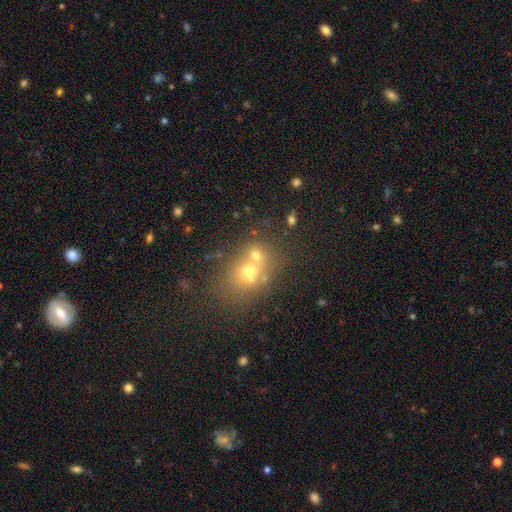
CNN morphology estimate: A smooth galaxy with no disk features (56%) that is round (58%). Merging: merger (51%).